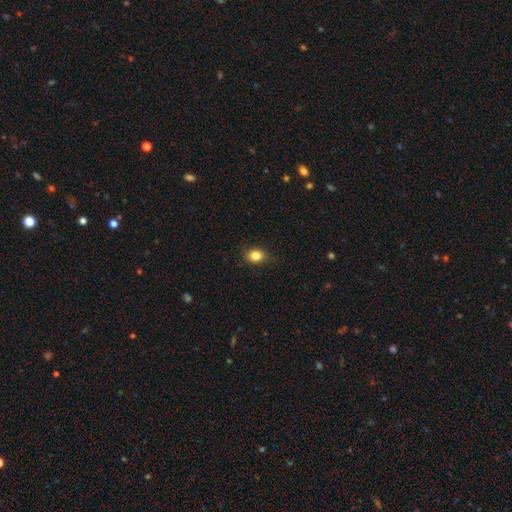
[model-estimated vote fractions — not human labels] Overall: smooth (84%). How rounded: in between (55%; round 44%). Merging: none (87%).